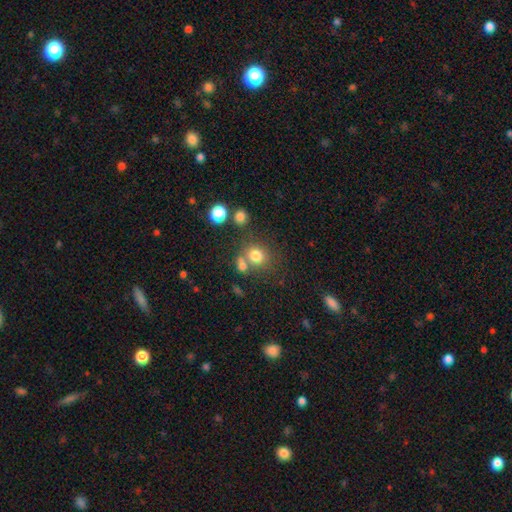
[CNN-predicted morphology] Overall: smooth (77%). How rounded: round (80%). Merging: none (60%; merger 23%).